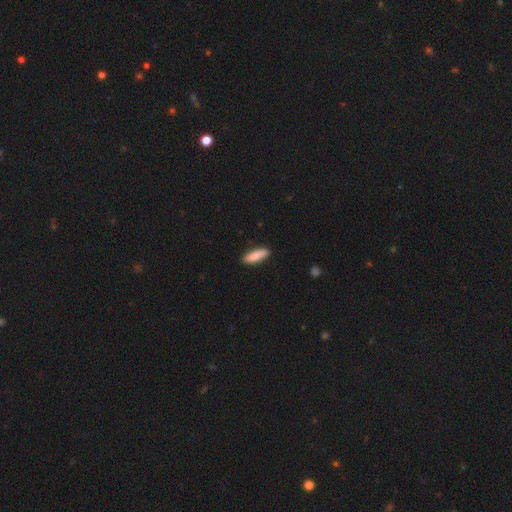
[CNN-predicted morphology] A smooth galaxy with no disk features (85%) that is cigar-shaped (57%). Merging: none (89%).